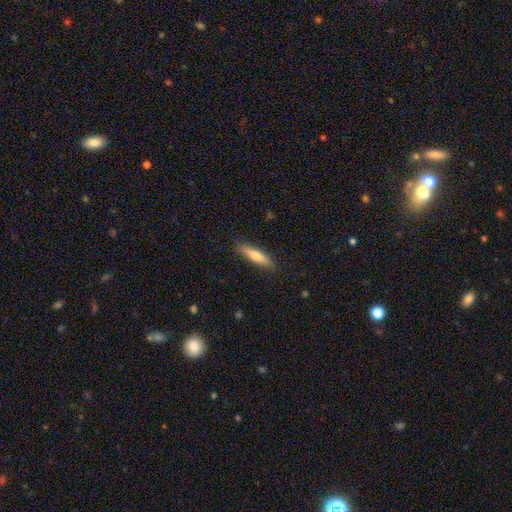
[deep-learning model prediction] Smooth or featured?
  - smooth: 68% *
  - featured or disk: 26%
  - star or artifact: 6%
How rounded?
  - cigar-shaped: 72% *
  - in between: 26%
  - round: 2%
Merging?
  - none: 86% *
  - minor disturbance: 10%
  - major disturbance: 2%
  - merger: 1%